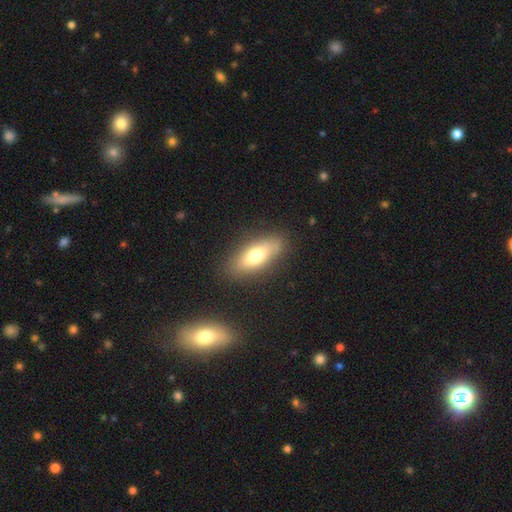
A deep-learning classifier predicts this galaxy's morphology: The model was most divided on "smooth or featured": smooth: 68%, featured or disk: 24%, star or artifact: 8%. More confident: merging — none (85%); how rounded — in between (71%).